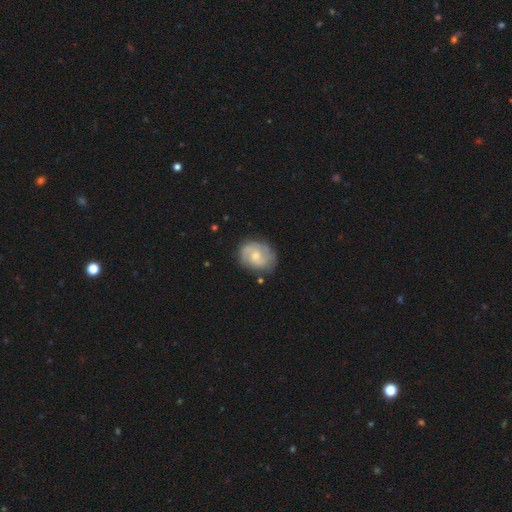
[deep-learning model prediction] A featured or disk galaxy (77%) with no bar (55%), 2 (79%) medium (48%) spiral arms (94%) and a small central bulge (51%).

Vote fractions:
- Smooth or featured? featured or disk: 77% / smooth: 18% / star or artifact: 5%
- Edge-on disk? no: 98% / yes: 2%
- Bar? no: 55% / weak: 40% / strong: 5%
- Spiral arms? yes: 94% / no: 6%
- Spiral winding? medium: 48% / tight: 36% / loose: 16%
- Spiral arm count? 2: 79% / can't tell: 10% / 3: 6% / 1: 3% / 4: 2% / more than 4: 2%
- Bulge size? small: 51% / moderate: 43% / none: 3% / large: 2% / dominant: 1%
- Merging? none: 77% / minor disturbance: 16% / major disturbance: 5% / merger: 2%